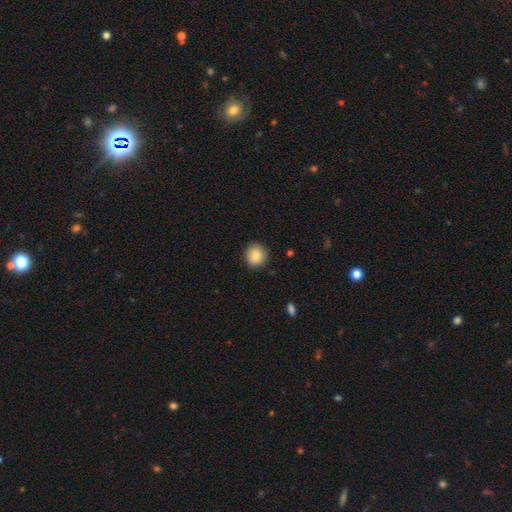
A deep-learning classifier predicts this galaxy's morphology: The model was most divided on "smooth or featured": smooth: 85%, star or artifact: 9%, featured or disk: 6%. More confident: merging — none (90%); how rounded — round (89%).